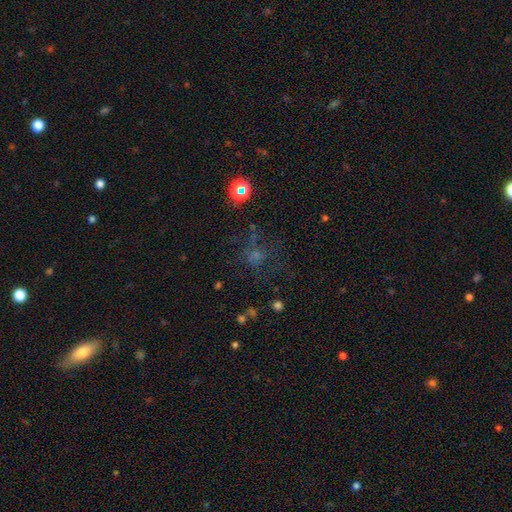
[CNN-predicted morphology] Smooth or featured? Predicted: smooth (p=0.43). Merging? Predicted: none (p=0.56).